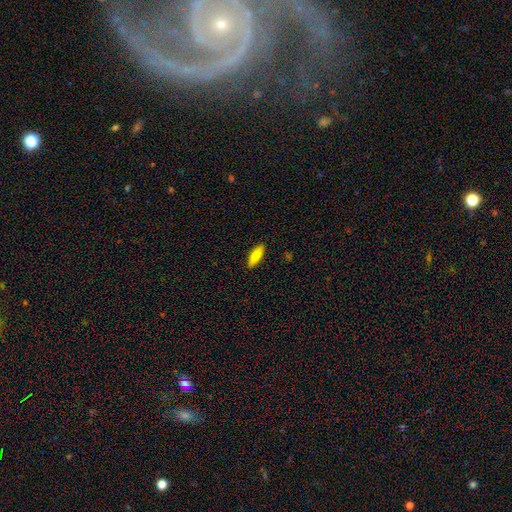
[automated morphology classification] Overall: smooth (77%). How rounded: in between (63%; cigar-shaped 35%). Merging: none (89%).